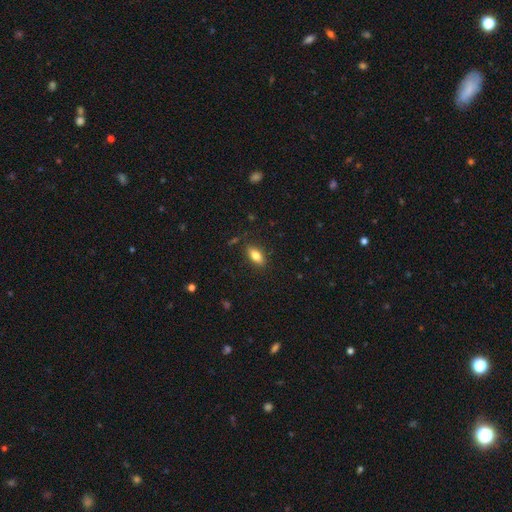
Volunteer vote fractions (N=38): A smooth galaxy with no disk features (74%) that is in between round and cigar-shaped (89%). Merging: none (89%).